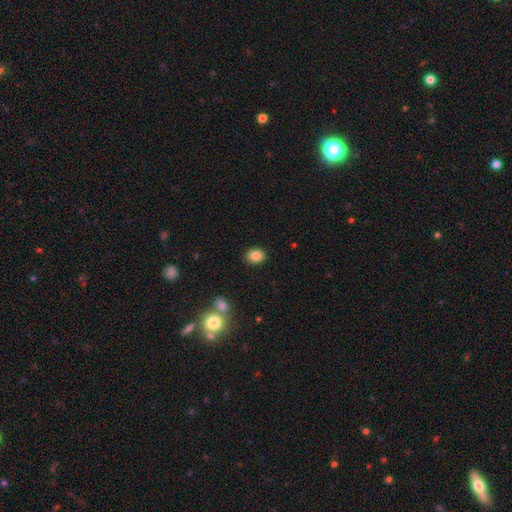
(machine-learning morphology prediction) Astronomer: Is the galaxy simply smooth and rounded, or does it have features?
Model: smooth — 83%.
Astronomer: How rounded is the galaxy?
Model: in between — 55% (runner-up: round, 44%).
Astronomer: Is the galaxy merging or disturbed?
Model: none — 88%.